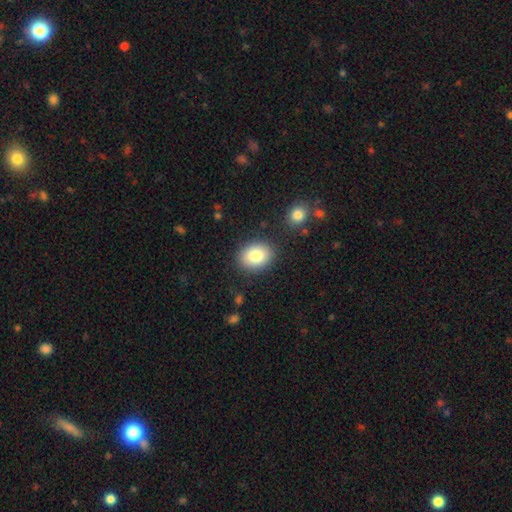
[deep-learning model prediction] smooth 81%, featured or disk 10%, star or artifact 8%. Down the decision tree: how rounded — in between (54%); merging — none (86%).